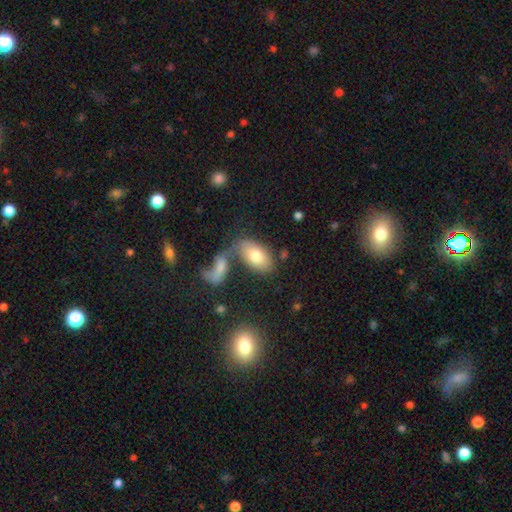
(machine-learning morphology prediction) smooth 75%, featured or disk 18%, star or artifact 7%. Down the decision tree: how rounded — in between (93%); merging — none (43%).